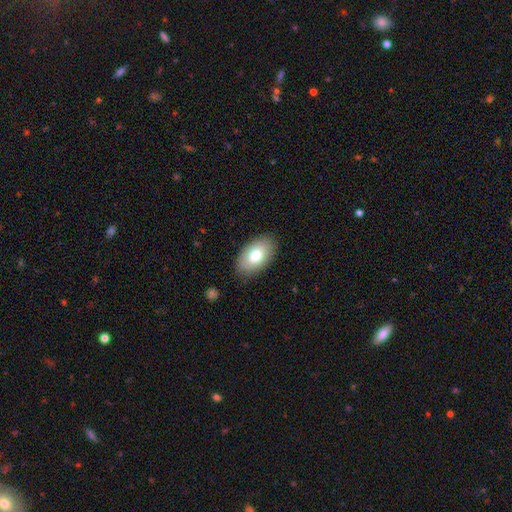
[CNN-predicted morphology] Overall: smooth (75%). How rounded: in between (93%). Merging: none (86%).